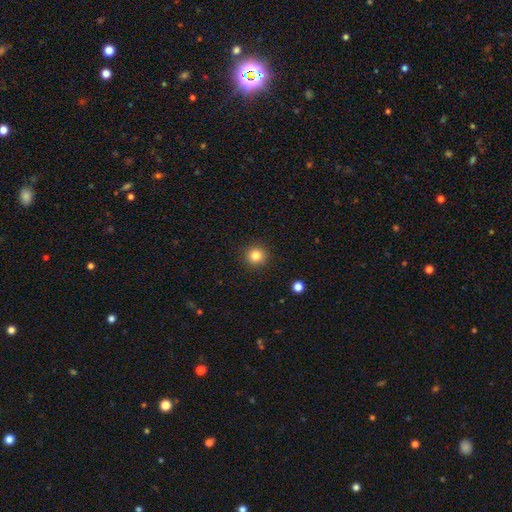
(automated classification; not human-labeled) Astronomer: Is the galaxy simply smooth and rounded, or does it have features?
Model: smooth — 83%.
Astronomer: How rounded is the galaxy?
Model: round — 94%.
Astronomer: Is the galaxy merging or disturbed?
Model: none — 92%.